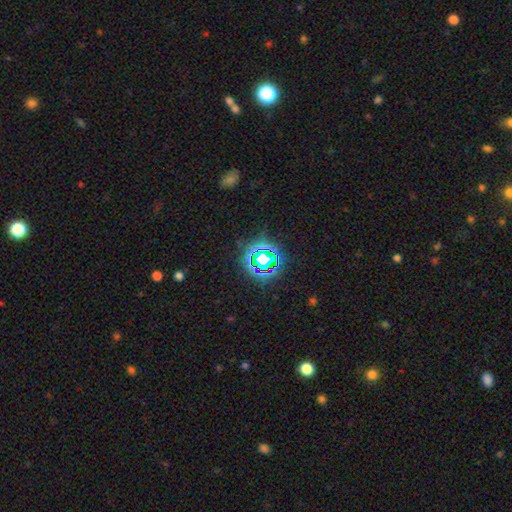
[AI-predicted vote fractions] This is likely a star or artifact rather than a galaxy (76%).